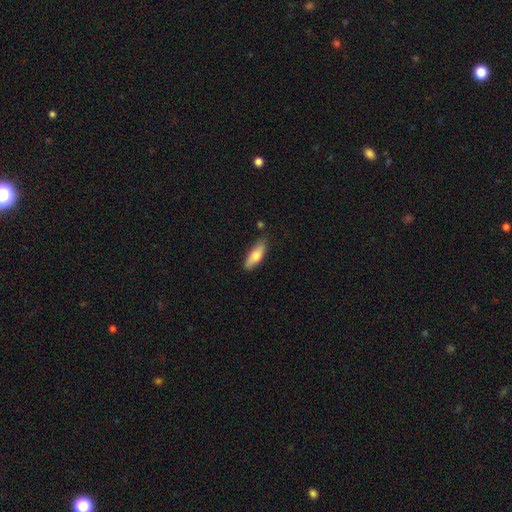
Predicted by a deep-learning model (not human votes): A smooth galaxy with no disk features (70%) that is in between round and cigar-shaped (57%).

Vote fractions:
- Smooth or featured? smooth: 70% / featured or disk: 24% / star or artifact: 6%
- How rounded? in between: 57% / cigar-shaped: 41% / round: 2%
- Merging? none: 79% / minor disturbance: 16% / major disturbance: 3% / merger: 2%